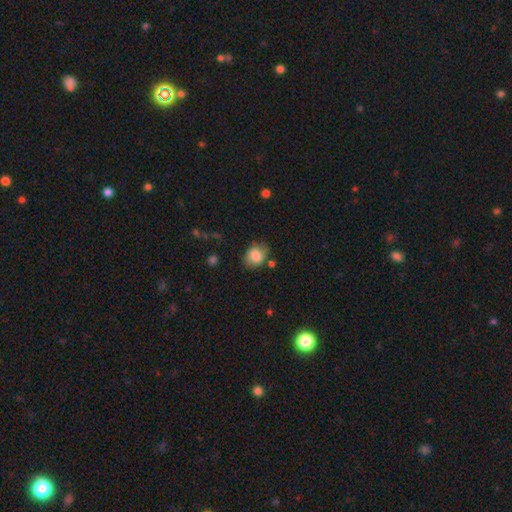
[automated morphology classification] smooth_or_featured: smooth (p=0.77) [alt: featured or disk p=0.15]
how_rounded: in between (p=0.54) [alt: round p=0.45]
merging: none (p=0.66) [alt: minor disturbance p=0.23]